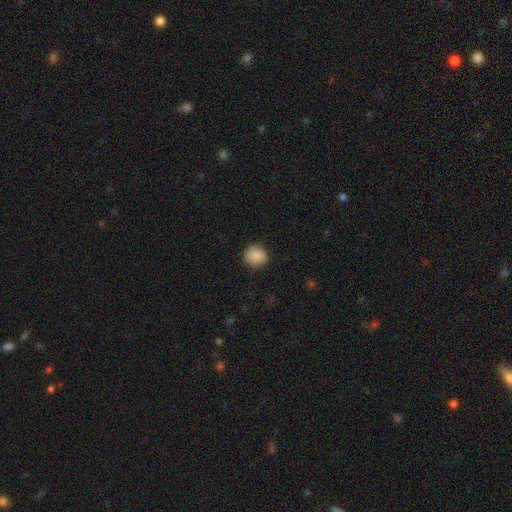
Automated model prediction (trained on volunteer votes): Smooth or featured? smooth (87%)
How rounded? round (90%)
Merging? none (89%)